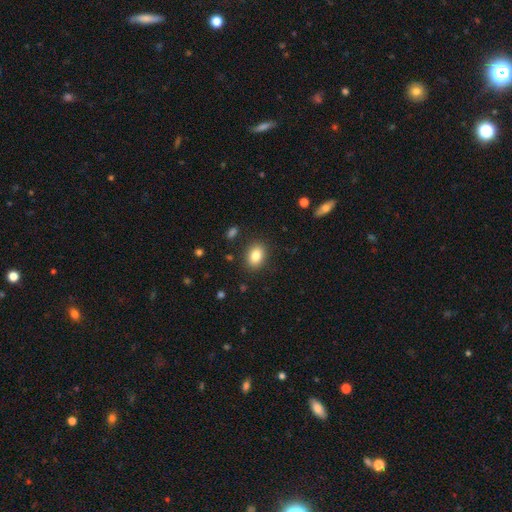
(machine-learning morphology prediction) type=smooth (84%); roundness=in between (73%); merging=none (88%).